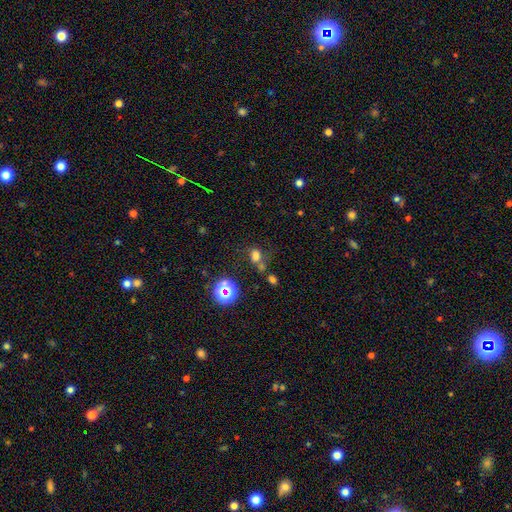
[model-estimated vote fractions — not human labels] Smooth or featured?
  - smooth: 65% *
  - star or artifact: 25%
  - featured or disk: 10%
How rounded?
  - in between: 53% *
  - round: 44%
  - cigar-shaped: 2%
Merging?
  - none: 47% *
  - merger: 25%
  - minor disturbance: 17%
  - major disturbance: 12%